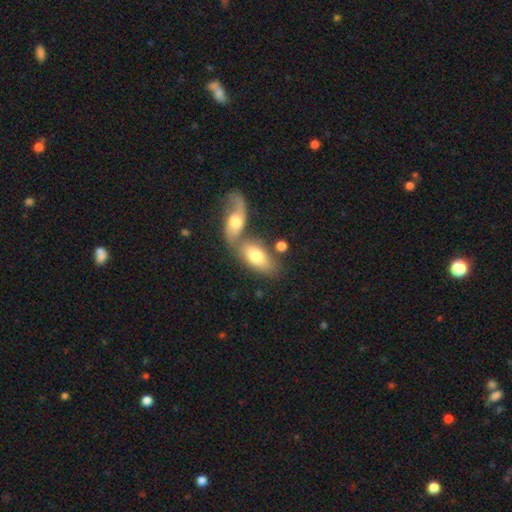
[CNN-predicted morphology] The model was most divided on "merging": merger: 52%, none: 33%, minor disturbance: 10%, major disturbance: 5%. More confident: how rounded — in between (90%); smooth or featured — smooth (67%).